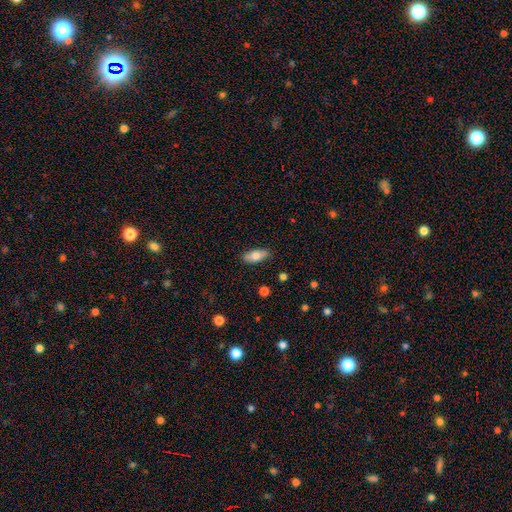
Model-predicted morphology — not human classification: Smooth or featured?
  - smooth: 73% *
  - featured or disk: 20%
  - star or artifact: 7%
How rounded?
  - in between: 82% *
  - cigar-shaped: 15%
  - round: 3%
Merging?
  - none: 85% *
  - minor disturbance: 12%
  - major disturbance: 2%
  - merger: 1%